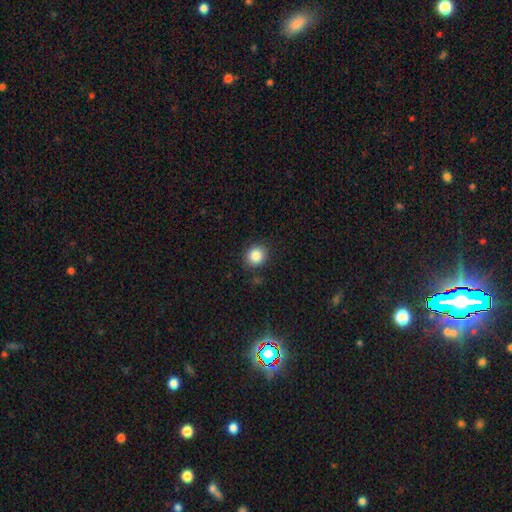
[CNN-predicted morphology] smooth-or-featured: smooth: 85% | star or artifact: 10% | featured or disk: 5%
  how-rounded: round: 82% | in between: 17% | cigar-shaped: 1%
  merging: none: 87% | minor disturbance: 9% | major disturbance: 3% | merger: 2%